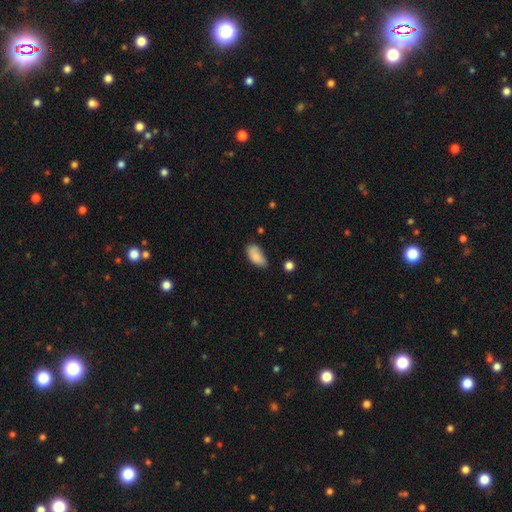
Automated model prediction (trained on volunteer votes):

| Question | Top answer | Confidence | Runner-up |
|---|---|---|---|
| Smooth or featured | smooth | 85% | featured or disk (8%) |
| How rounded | in between | 92% | cigar-shaped (4%) |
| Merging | none | 60% | minor disturbance (30%) |